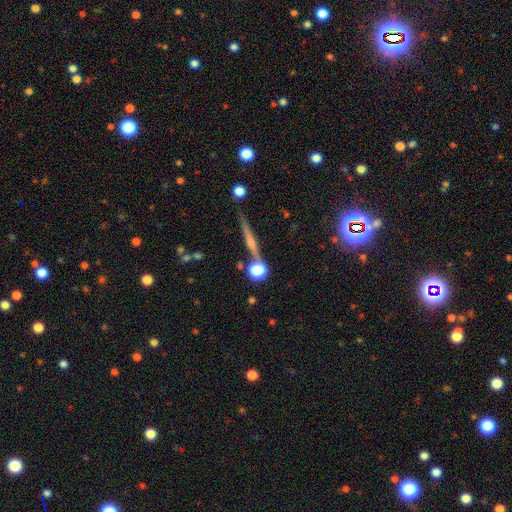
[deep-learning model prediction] Smooth or featured: star or artifact — 72% (smooth — 16%)